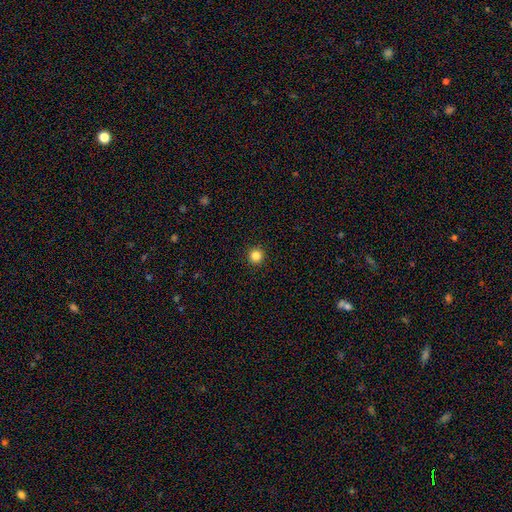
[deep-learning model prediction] Morphology: type=smooth (85%); roundness=round (96%); merging=none (94%).